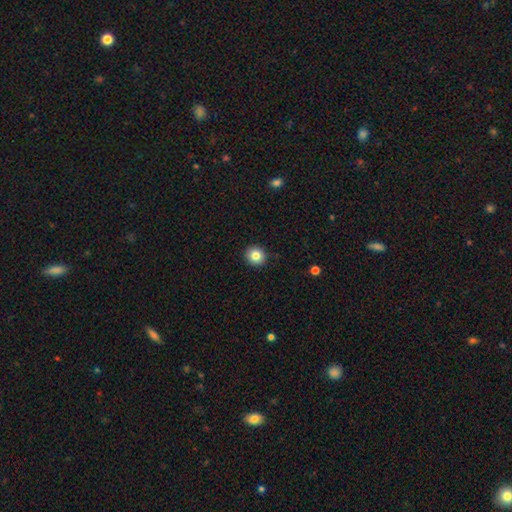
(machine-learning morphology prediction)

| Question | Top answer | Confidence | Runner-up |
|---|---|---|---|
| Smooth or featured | smooth | 83% | star or artifact (10%) |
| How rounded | round | 86% | in between (13%) |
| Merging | none | 92% | minor disturbance (6%) |